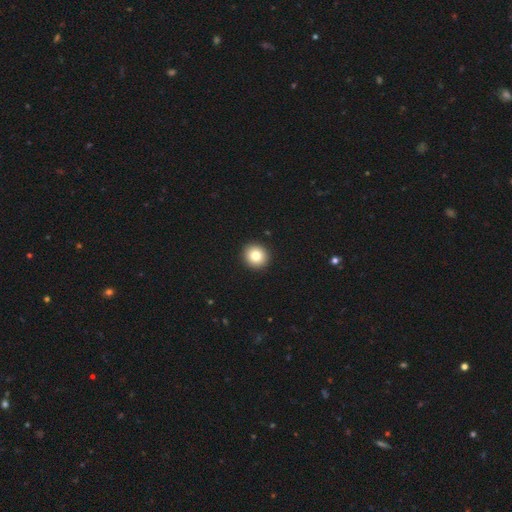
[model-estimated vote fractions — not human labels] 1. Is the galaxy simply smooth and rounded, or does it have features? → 82% smooth, 10% star or artifact, 8% featured or disk.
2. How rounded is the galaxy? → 94% round, 6% in between, 1% cigar-shaped.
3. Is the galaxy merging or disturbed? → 93% none, 4% minor disturbance, 1% major disturbance, 1% merger.